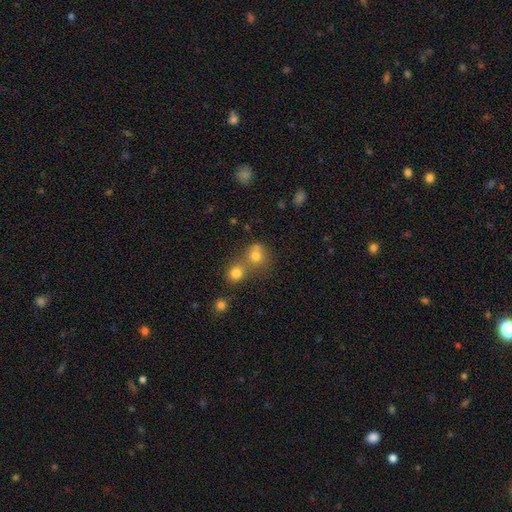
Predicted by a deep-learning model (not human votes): smooth_or_featured: smooth (p=0.74) [alt: star or artifact p=0.15]
how_rounded: round (p=0.79) [alt: in between p=0.20]
merging: merger (p=0.48) [alt: none p=0.40]